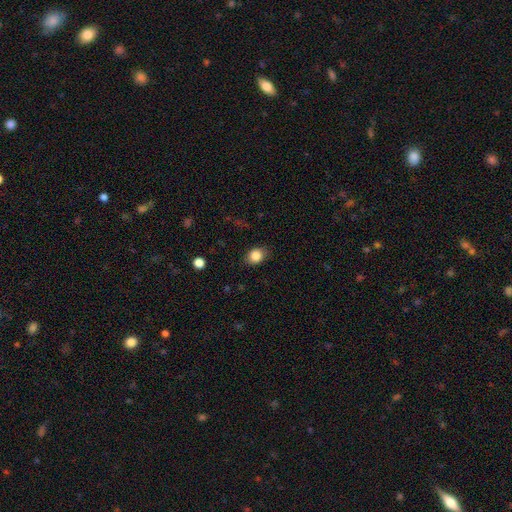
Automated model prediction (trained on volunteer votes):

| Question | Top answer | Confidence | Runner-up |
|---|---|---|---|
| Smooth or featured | smooth | 85% | star or artifact (9%) |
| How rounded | round | 53% | in between (46%) |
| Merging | none | 82% | minor disturbance (13%) |